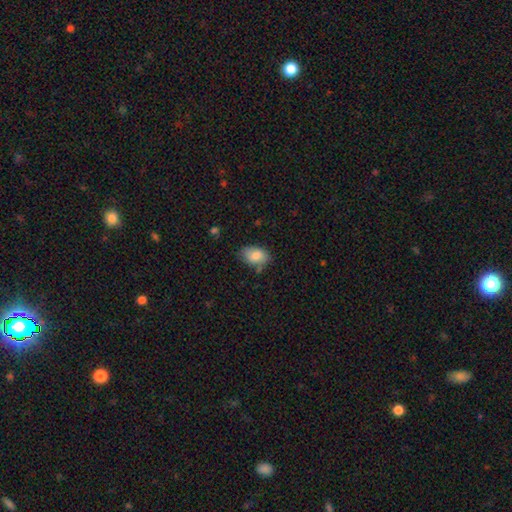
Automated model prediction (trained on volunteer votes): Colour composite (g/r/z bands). It shows a smooth galaxy with no disk features (83%) that is in between round and cigar-shaped (87%). Merging: none (71%).